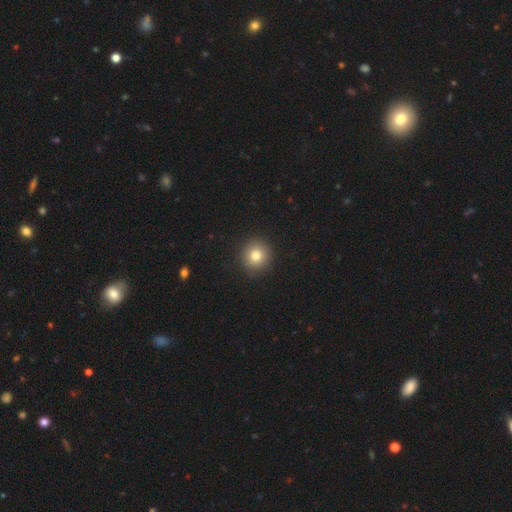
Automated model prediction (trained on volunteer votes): Smooth or featured: smooth — 80% (star or artifact — 11%)
How rounded: round — 93% (in between — 6%)
Merging: none — 92% (minor disturbance — 5%)